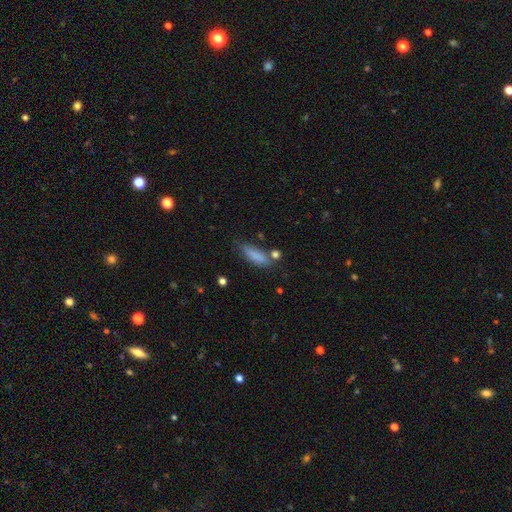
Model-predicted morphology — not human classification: This appears to be a smooth galaxy with no disk features (83%) that is in between round and cigar-shaped (52%). Merging: none (64%).